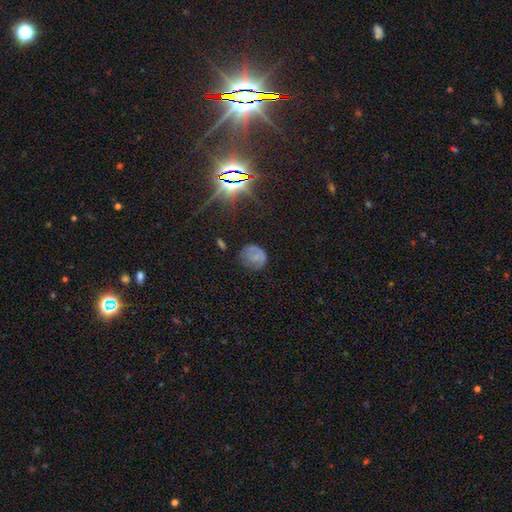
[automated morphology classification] A smooth galaxy with no disk features (59%) that is round (70%).

Vote fractions:
- Smooth or featured? smooth: 59% / featured or disk: 22% / star or artifact: 18%
- How rounded? round: 70% / in between: 29% / cigar-shaped: 1%
- Merging? none: 57% / minor disturbance: 27% / major disturbance: 14% / merger: 2%